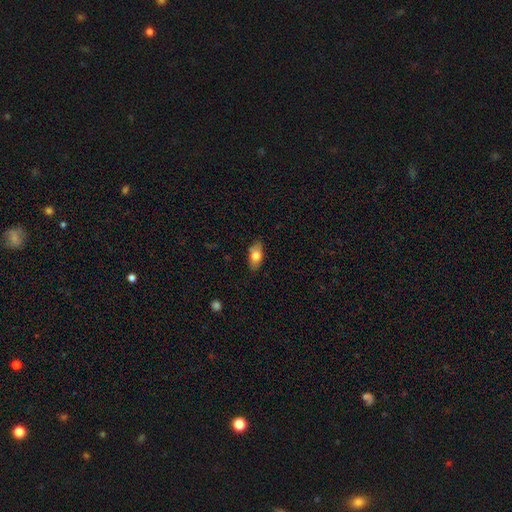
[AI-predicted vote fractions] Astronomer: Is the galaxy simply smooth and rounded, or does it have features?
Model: smooth — 74%.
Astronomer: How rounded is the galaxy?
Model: in between — 87%.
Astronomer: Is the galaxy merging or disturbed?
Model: none — 82%.